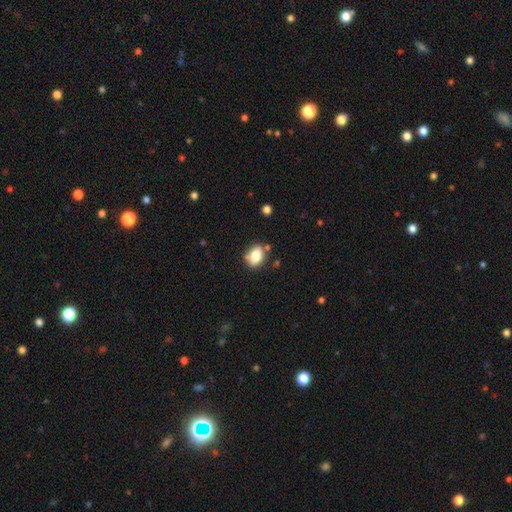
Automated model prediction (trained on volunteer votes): Smooth or featured?
  - smooth: 80% *
  - featured or disk: 11%
  - star or artifact: 9%
How rounded?
  - in between: 71% *
  - round: 27%
  - cigar-shaped: 2%
Merging?
  - none: 74% *
  - minor disturbance: 15%
  - merger: 7%
  - major disturbance: 3%